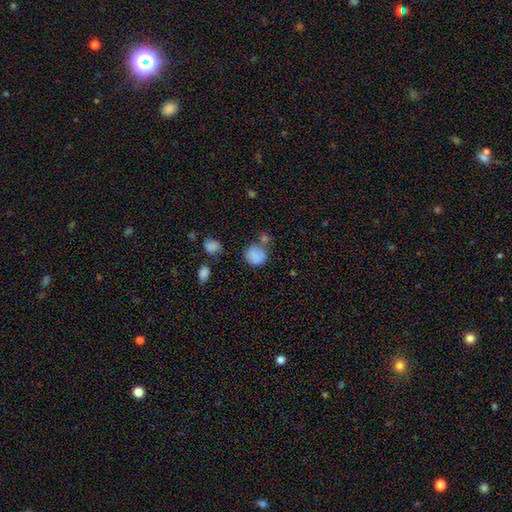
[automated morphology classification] Q: Smooth or featured?
A: smooth (81%); runner-up: star or artifact (11%)
Q: How rounded?
A: round (75%); runner-up: in between (24%)
Q: Merging?
A: none (53%); runner-up: minor disturbance (21%)